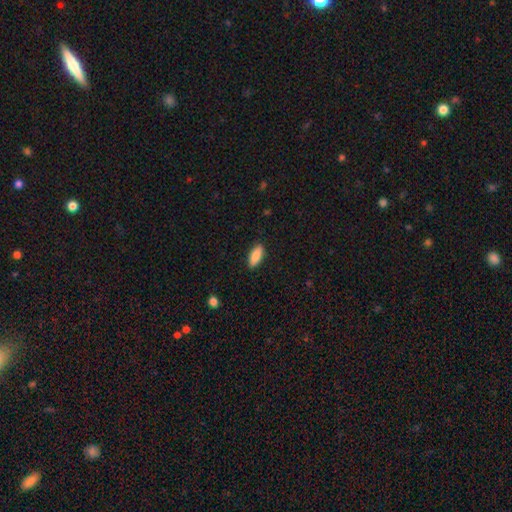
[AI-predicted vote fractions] Morphology: type=smooth (87%); roundness=in between (83%); merging=none (89%).